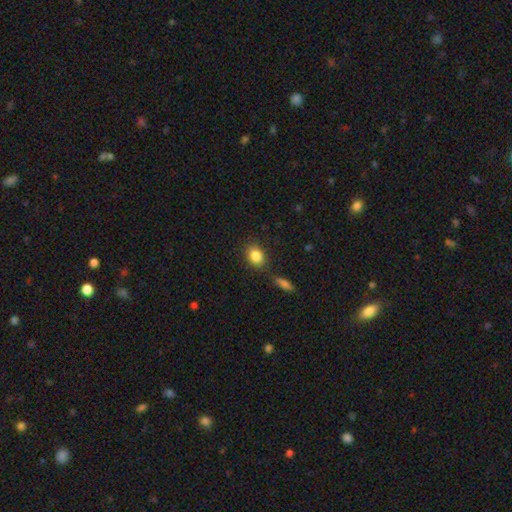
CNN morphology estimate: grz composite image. It shows a smooth galaxy with no disk features (85%) that is in between round and cigar-shaped (63%). Merging: none (78%).